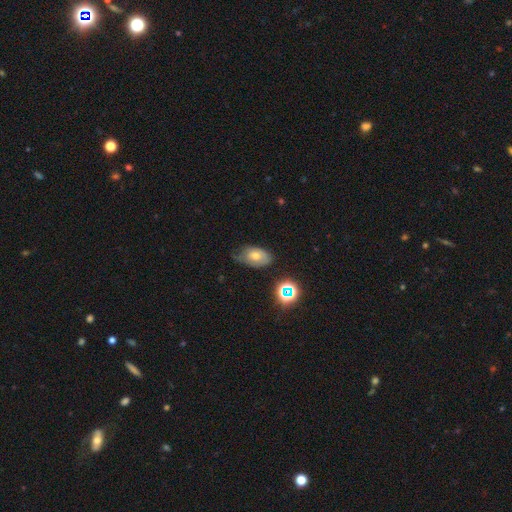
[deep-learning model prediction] Overall: smooth (55%; featured or disk 31%). How rounded: in between (86%). Merging: none (48%; minor disturbance 38%).